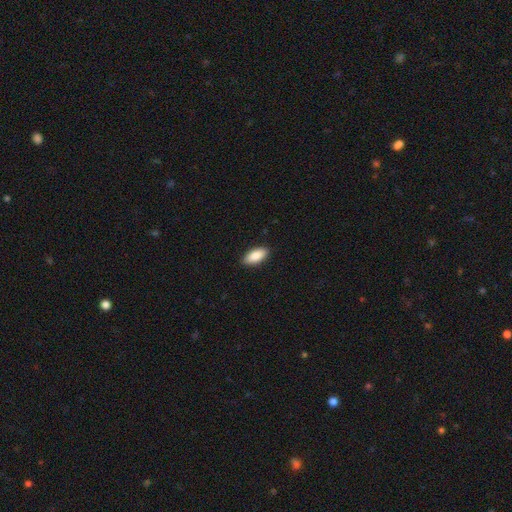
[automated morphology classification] Overall: smooth (87%). How rounded: in between (88%). Merging: none (89%).